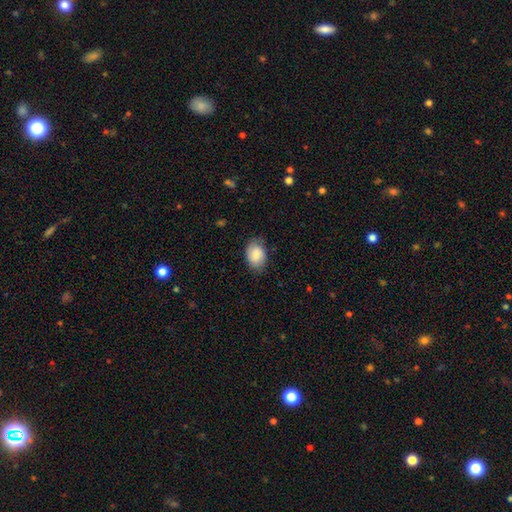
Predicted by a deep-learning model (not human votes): Smooth or featured? Predicted: smooth (p=0.84). How rounded? Predicted: in between (p=0.81). Merging? Predicted: none (p=0.75).